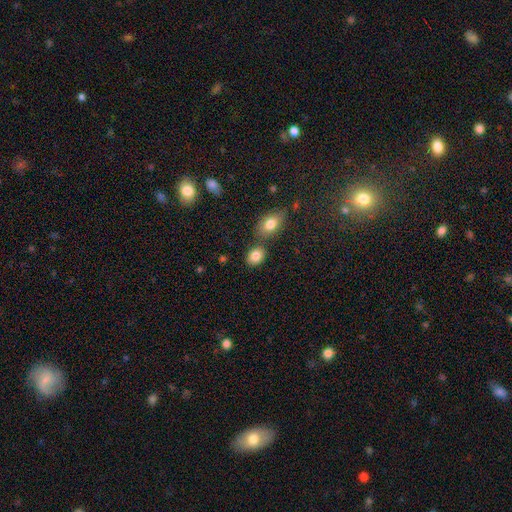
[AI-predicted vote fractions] This appears to be a smooth galaxy with no disk features (84%) that is in between round and cigar-shaped (69%). Merging: none (66%).